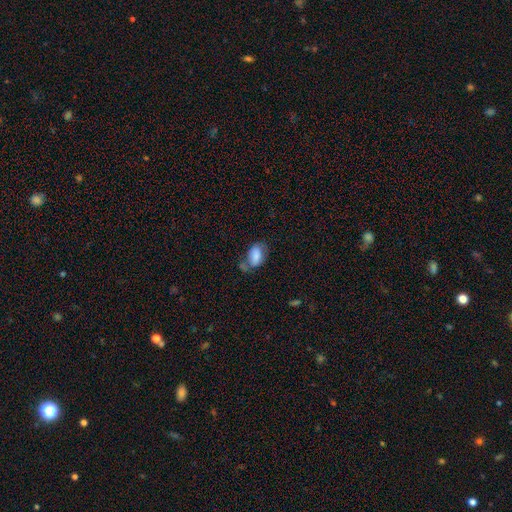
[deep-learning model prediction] A smooth galaxy with no disk features (76%) that is in between round and cigar-shaped (90%).

Vote fractions:
- Smooth or featured? smooth: 76% / featured or disk: 16% / star or artifact: 8%
- How rounded? in between: 90% / round: 8% / cigar-shaped: 2%
- Merging? none: 42% / minor disturbance: 27% / merger: 16% / major disturbance: 15%